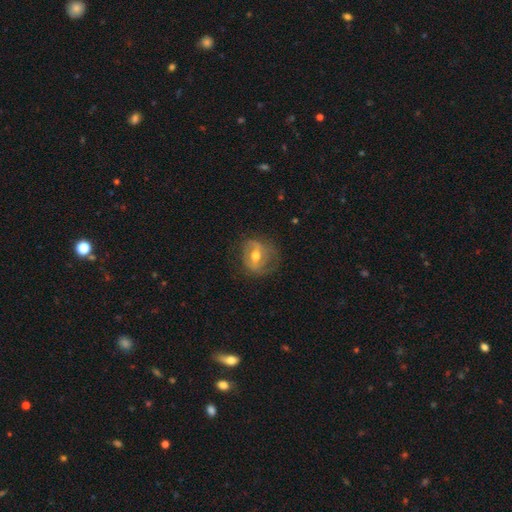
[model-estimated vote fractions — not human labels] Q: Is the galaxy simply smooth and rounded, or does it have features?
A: featured or disk — 64%.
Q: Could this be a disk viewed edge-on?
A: no — 94%.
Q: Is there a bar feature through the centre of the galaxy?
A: weak — 41%.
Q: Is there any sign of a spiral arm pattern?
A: yes — 60%.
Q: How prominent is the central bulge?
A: moderate — 76%.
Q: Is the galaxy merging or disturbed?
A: none — 64%.